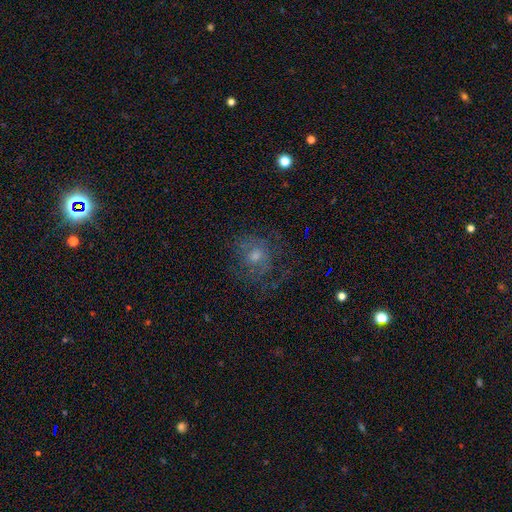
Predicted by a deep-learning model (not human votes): Q: Smooth or featured?
A: featured or disk (44%); runner-up: smooth (42%)
Q: Merging?
A: none (59%); runner-up: major disturbance (22%)